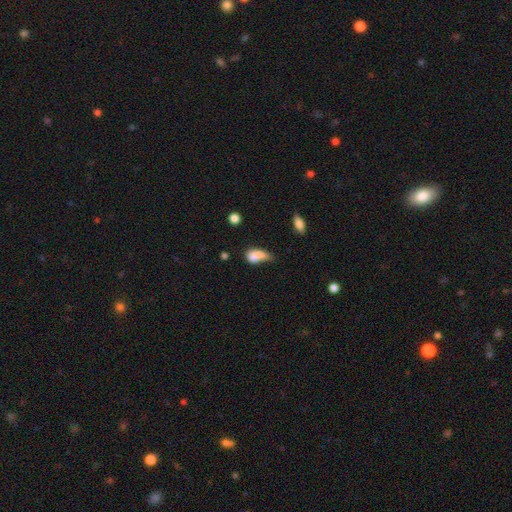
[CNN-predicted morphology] Smooth or featured?
  - smooth: 74% *
  - featured or disk: 16%
  - star or artifact: 9%
How rounded?
  - in between: 80% *
  - round: 12%
  - cigar-shaped: 9%
Merging?
  - major disturbance: 30% *
  - minor disturbance: 27%
  - none: 24%
  - merger: 19%